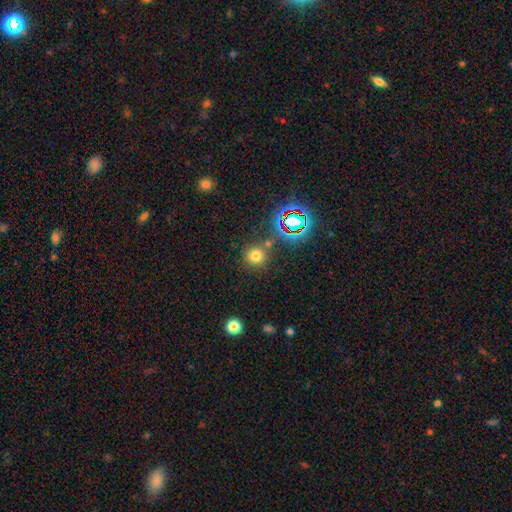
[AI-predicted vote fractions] smooth_or_featured: smooth (p=0.69) [alt: star or artifact p=0.23]
how_rounded: round (p=0.92) [alt: in between p=0.07]
merging: none (p=0.78) [alt: merger p=0.10]